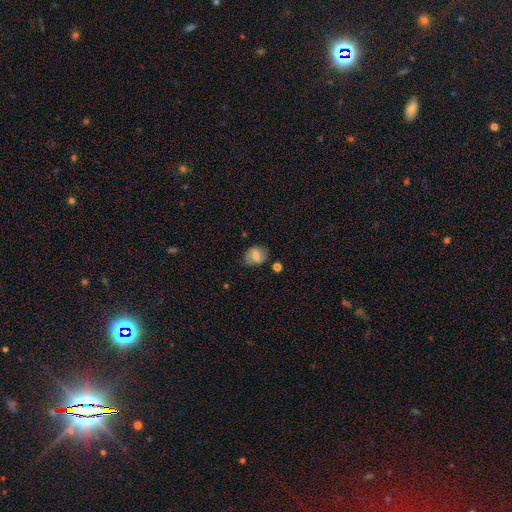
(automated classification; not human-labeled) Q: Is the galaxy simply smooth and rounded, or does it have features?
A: smooth — 65%.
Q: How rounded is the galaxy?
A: in between — 63%.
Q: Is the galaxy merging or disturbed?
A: none — 70%.